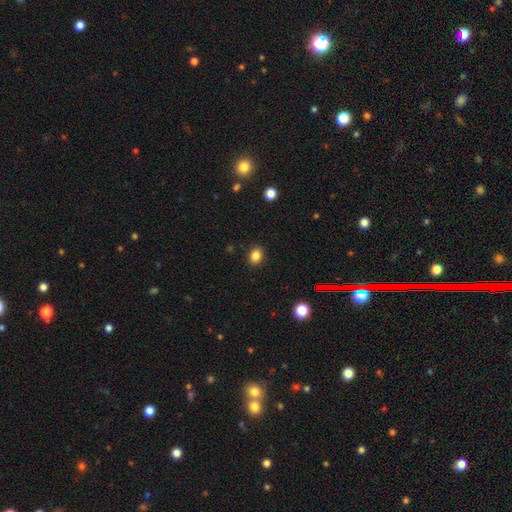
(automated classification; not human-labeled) Smooth or featured? Predicted: smooth (p=0.84). How rounded? Predicted: round (p=0.50). Merging? Predicted: none (p=0.90).